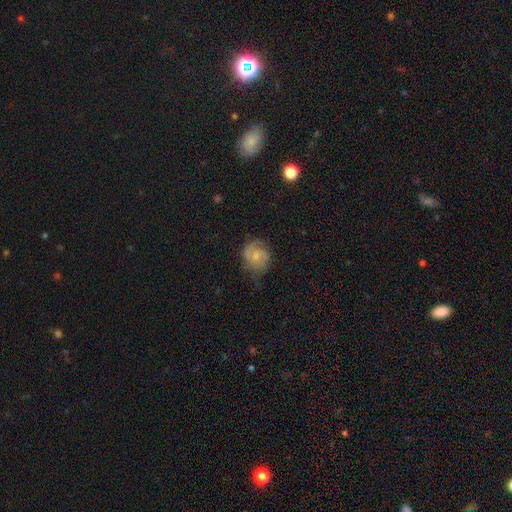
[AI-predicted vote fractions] smooth_or_featured: featured or disk (p=0.55) [alt: smooth p=0.38]
disk_edge_on: no (p=0.98) [alt: yes p=0.02]
bar: no (p=0.66) [alt: weak p=0.30]
has_spiral_arms: yes (p=0.88) [alt: no p=0.12]
bulge_size: small (p=0.50) [alt: moderate p=0.36]
merging: none (p=0.61) [alt: minor disturbance p=0.27]